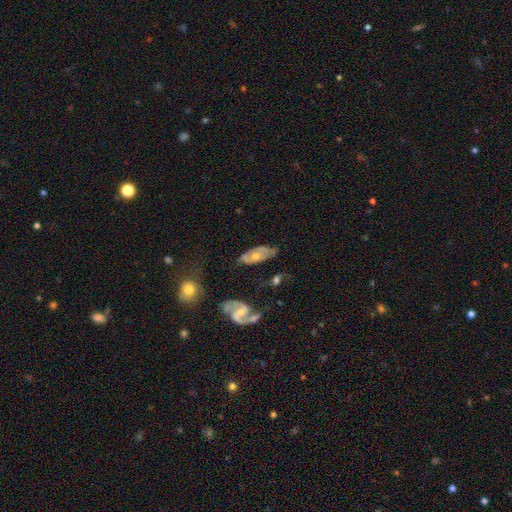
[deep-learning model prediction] smooth-or-featured: featured or disk: 60% | smooth: 33% | star or artifact: 7%
  disk-edge-on: no: 85% | yes: 15%
    bar: no: 73% | weak: 22% | strong: 6%
    has-spiral-arms: yes: 64% | no: 36%
    bulge-size: moderate: 53% | small: 40% | large: 3% | none: 3% | dominant: 1%
  merging: none: 58% | minor disturbance: 26% | major disturbance: 11% | merger: 6%